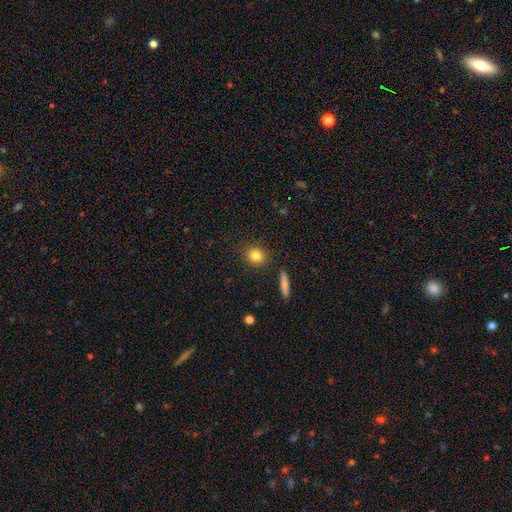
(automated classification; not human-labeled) Q: Smooth or featured?
A: smooth (82%); runner-up: star or artifact (10%)
Q: How rounded?
A: round (72%); runner-up: in between (26%)
Q: Merging?
A: none (88%); runner-up: minor disturbance (8%)